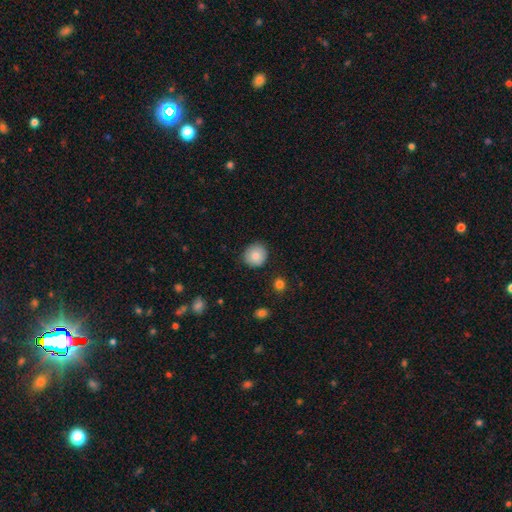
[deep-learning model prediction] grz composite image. It shows a smooth galaxy with no disk features (83%) that is round (91%). Merging: none (87%).